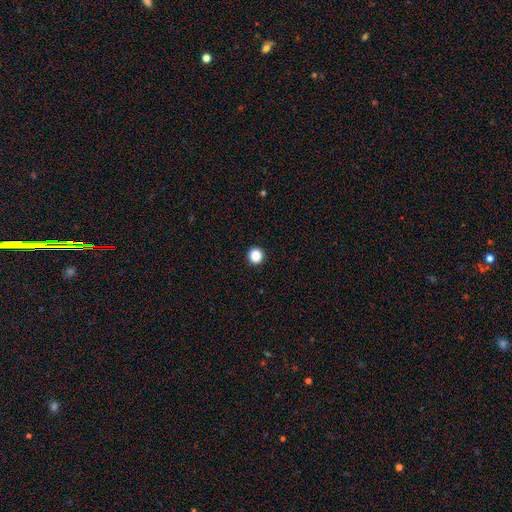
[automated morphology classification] Smooth or featured? smooth (87%)
How rounded? round (94%)
Merging? none (93%)